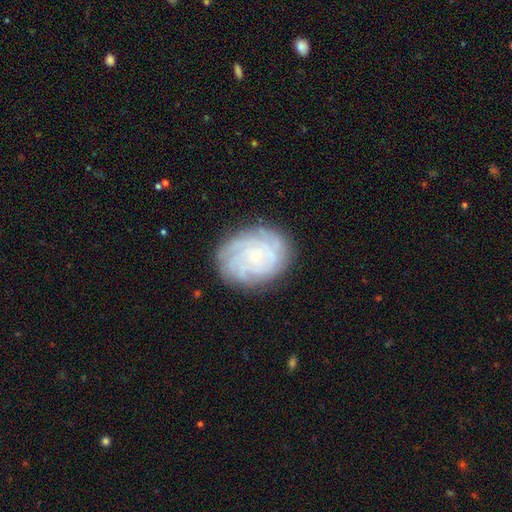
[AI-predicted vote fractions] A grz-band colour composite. It shows a featured or disk galaxy (74%) with no bar (81%), tight (77%) spiral arms (94%) and a small central bulge (81%). Merging: none (81%).